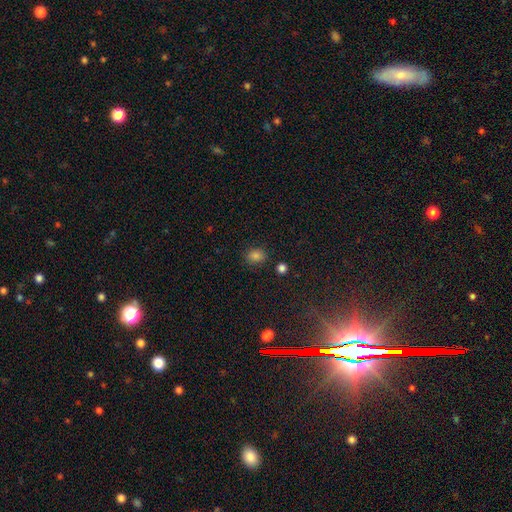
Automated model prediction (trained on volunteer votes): The model was most divided on "how rounded": round: 55%, in between: 44%, cigar-shaped: 1%. More confident: merging — none (82%); smooth or featured — smooth (82%).